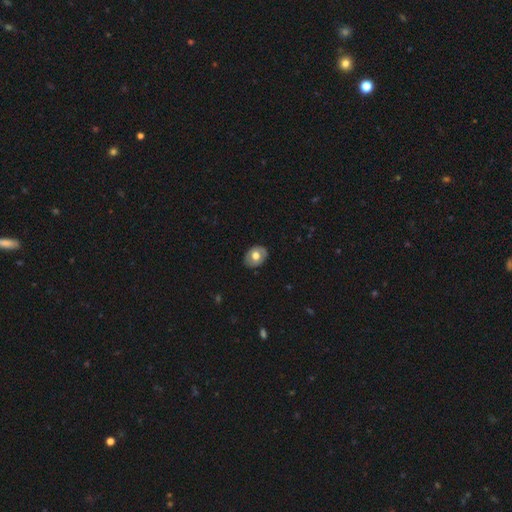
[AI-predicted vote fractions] Smooth or featured: smooth — 57% (featured or disk — 36%)
How rounded: in between — 61% (round — 38%)
Merging: none — 84% (minor disturbance — 13%)